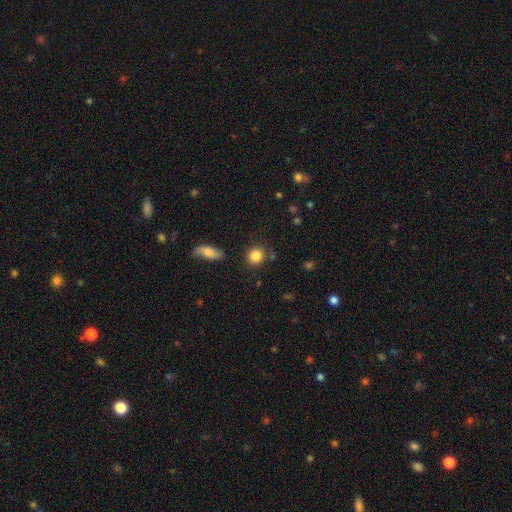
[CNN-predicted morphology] This appears to be a smooth galaxy with no disk features (87%) that is round (85%). Merging: none (82%).